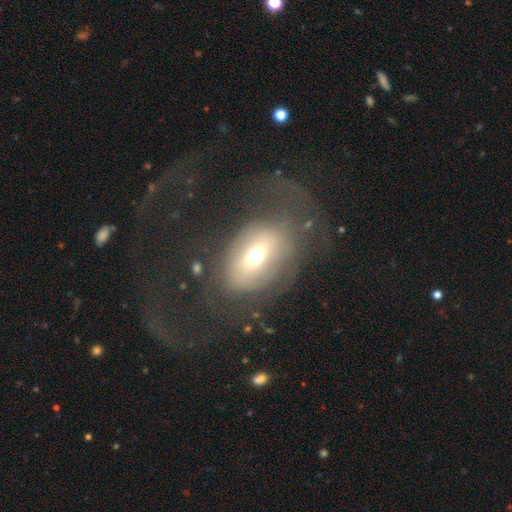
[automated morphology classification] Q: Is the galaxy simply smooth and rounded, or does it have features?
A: smooth — 50%.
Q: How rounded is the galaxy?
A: in between — 71%.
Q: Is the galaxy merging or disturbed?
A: none — 40%, tied with major disturbance.